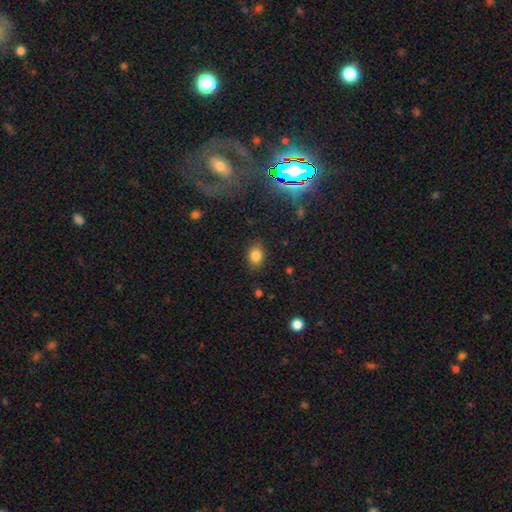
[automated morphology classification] This appears to be a smooth galaxy with no disk features (81%) that is in between round and cigar-shaped (65%). Merging: none (84%).